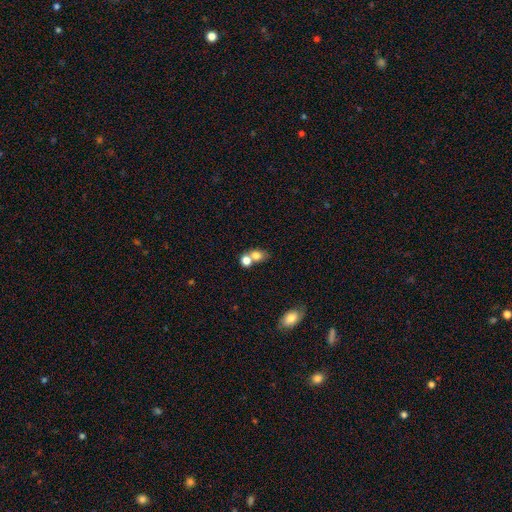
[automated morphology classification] Smooth or featured: smooth — 75% (featured or disk — 13%)
How rounded: round — 52% (in between — 47%)
Merging: merger — 53% (none — 36%)